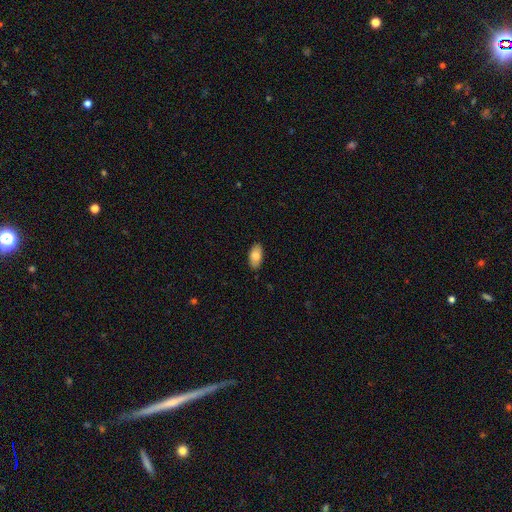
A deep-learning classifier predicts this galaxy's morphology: This is likely a smooth galaxy (80%). How rounded: clearly in between (93%). Merging: clearly none (88%).